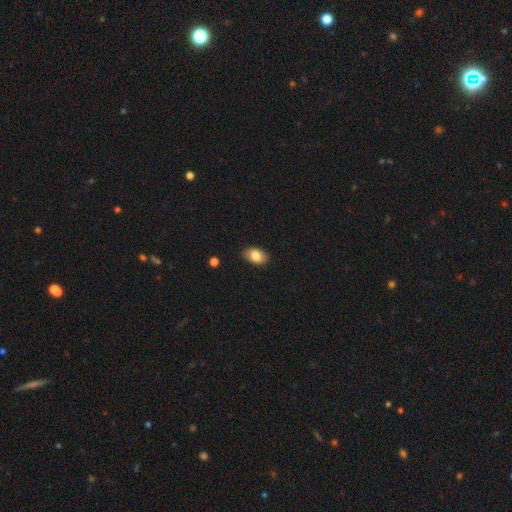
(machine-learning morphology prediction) The model was most divided on "smooth or featured": smooth: 83%, featured or disk: 10%, star or artifact: 7%. More confident: how rounded — in between (88%); merging — none (87%).